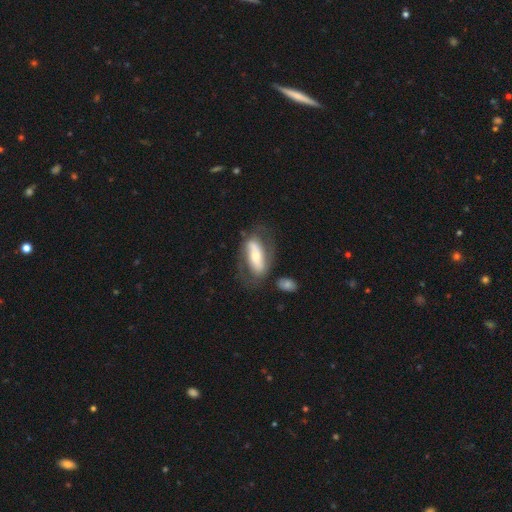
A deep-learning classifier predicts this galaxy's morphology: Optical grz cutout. It shows a featured or disk galaxy (62%) with a strong bar (48%), spiral arms (64%) and a moderate central bulge (47%). Merging: none (63%).